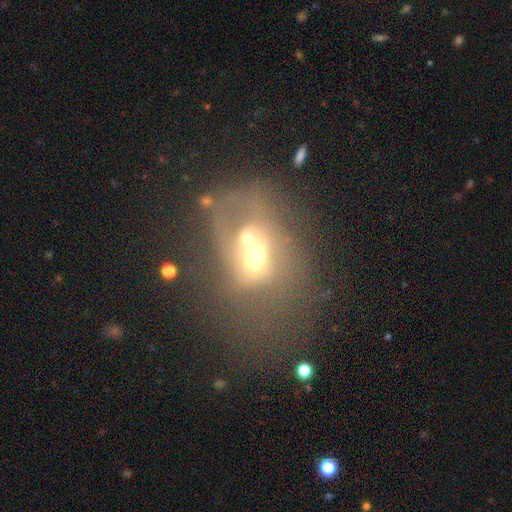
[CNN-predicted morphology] A featured or disk galaxy (46%).

Vote fractions:
- Smooth or featured? featured or disk: 46% / smooth: 39% / star or artifact: 15%
- Merging? merger: 58% / major disturbance: 18% / none: 15% / minor disturbance: 9%